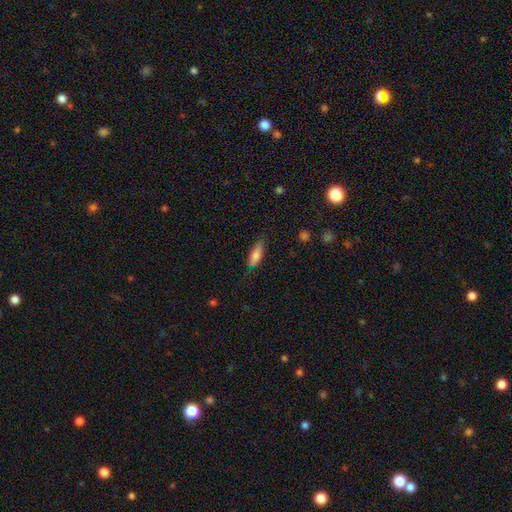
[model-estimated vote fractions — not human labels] Smooth or featured? smooth (79%)
How rounded? in between (55%)
Merging? none (74%)